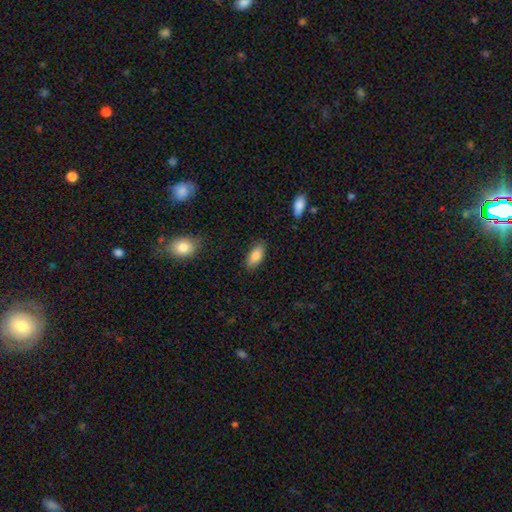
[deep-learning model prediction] A smooth galaxy with no disk features (84%) that is in between round and cigar-shaped (87%). Merging: none (85%).